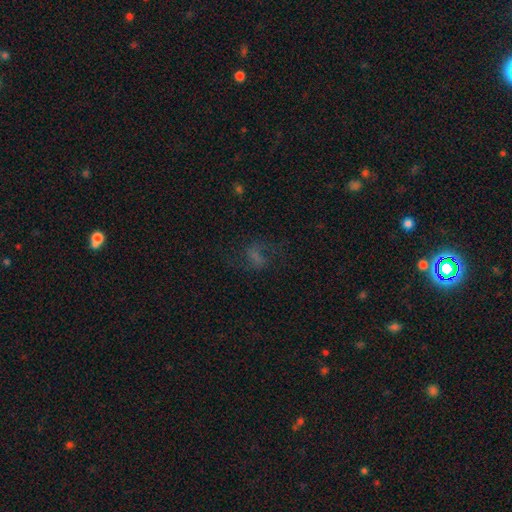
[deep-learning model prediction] smooth-or-featured: featured or disk: 41% | smooth: 31% | star or artifact: 28%
  merging: none: 60% | major disturbance: 21% | minor disturbance: 17% | merger: 2%